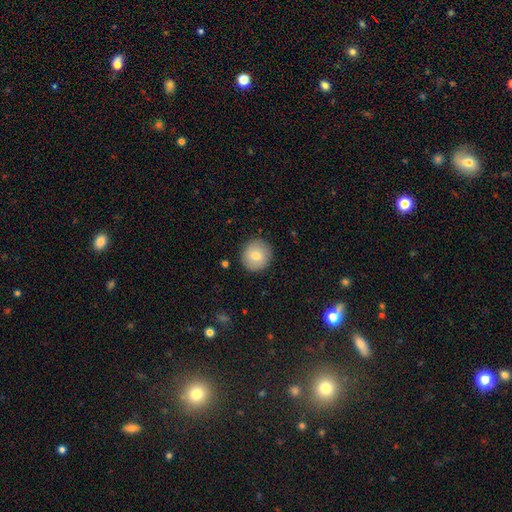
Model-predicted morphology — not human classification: Q: Smooth or featured?
A: smooth (78%); runner-up: featured or disk (14%)
Q: How rounded?
A: round (93%); runner-up: in between (6%)
Q: Merging?
A: none (90%); runner-up: minor disturbance (7%)